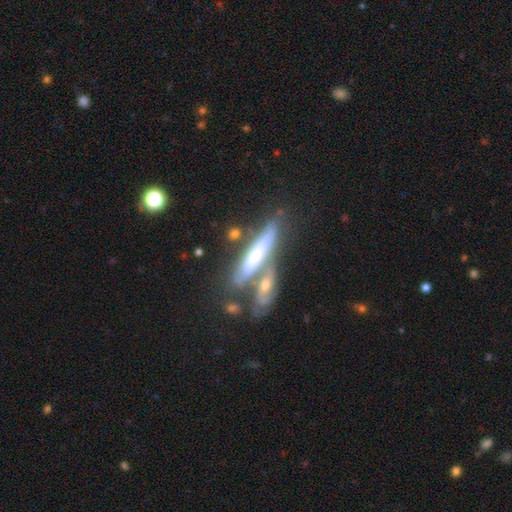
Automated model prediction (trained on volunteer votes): A featured or disk galaxy (56%) viewed edge-on (70%).

Vote fractions:
- Smooth or featured? featured or disk: 56% / smooth: 37% / star or artifact: 7%
- Edge-on disk? yes: 70% / no: 30%
- Merging? merger: 43% / none: 37% / minor disturbance: 13% / major disturbance: 7%